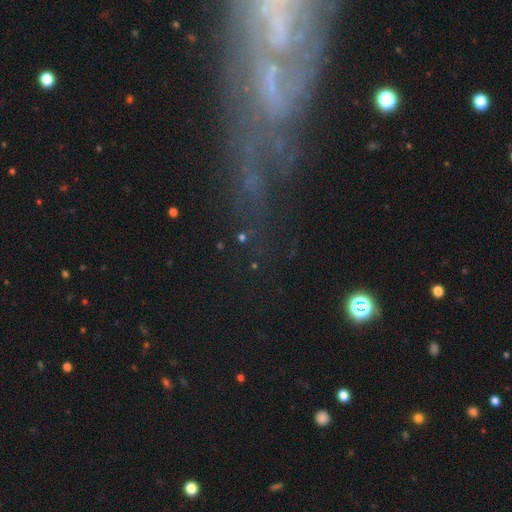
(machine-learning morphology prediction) This appears to be a featured or disk galaxy (59%). Merging: none (53%).